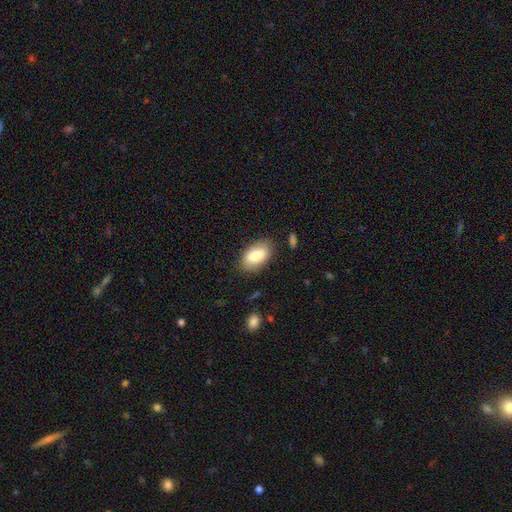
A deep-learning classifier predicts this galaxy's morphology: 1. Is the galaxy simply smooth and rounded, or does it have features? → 81% smooth, 12% featured or disk, 6% star or artifact.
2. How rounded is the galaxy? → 93% in between, 4% round, 3% cigar-shaped.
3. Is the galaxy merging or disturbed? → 82% none, 13% minor disturbance, 3% major disturbance, 2% merger.